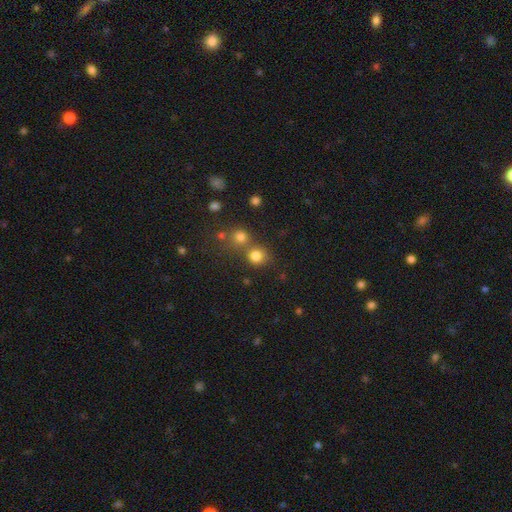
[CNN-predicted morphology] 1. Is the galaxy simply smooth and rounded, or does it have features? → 79% smooth, 14% star or artifact, 7% featured or disk.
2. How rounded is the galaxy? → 86% round, 14% in between, 1% cigar-shaped.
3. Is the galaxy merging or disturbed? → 59% none, 29% merger, 8% minor disturbance, 4% major disturbance.